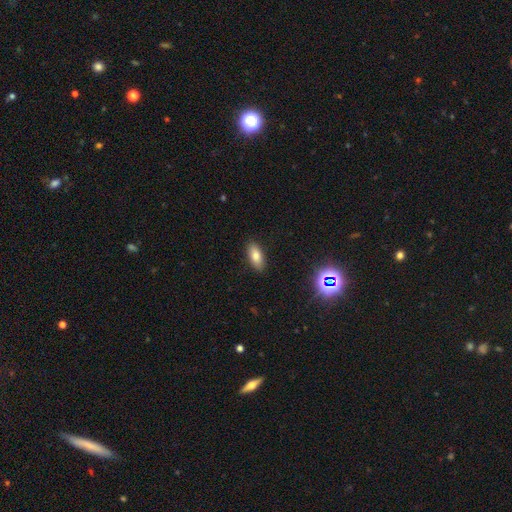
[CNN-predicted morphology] A smooth galaxy with no disk features (78%) that is in between round and cigar-shaped (85%). Merging: none (88%).